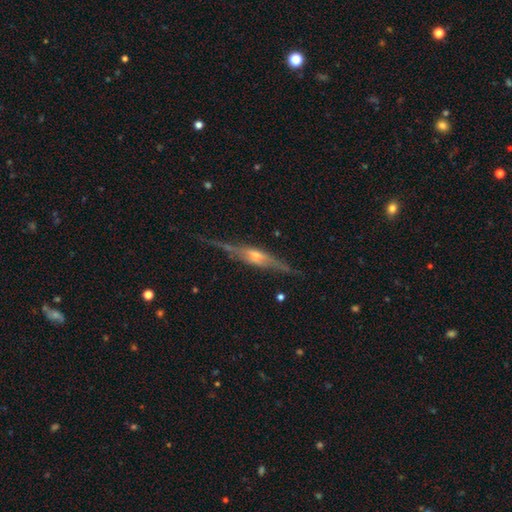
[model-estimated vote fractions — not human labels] Smooth or featured? Predicted: featured or disk (p=0.81). Edge-on disk? Predicted: yes (p=0.95). Edge-on bulge? Predicted: rounded (p=0.71). Merging? Predicted: none (p=0.77).